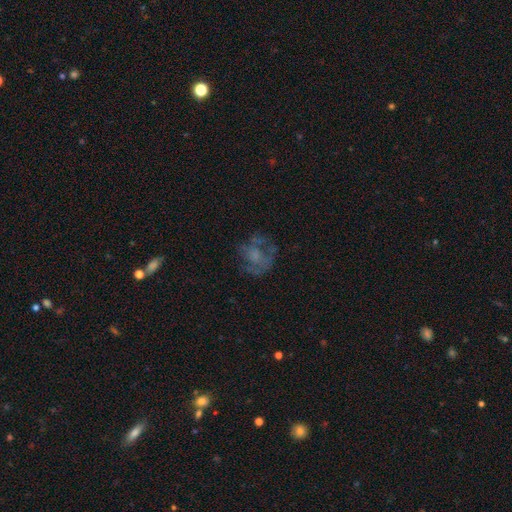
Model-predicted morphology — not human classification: Smooth or featured: featured or disk — 53% (smooth — 32%)
Edge-on disk: no — 97% (yes — 3%)
Bar: no — 84% (weak — 13%)
Spiral arms: no — 63% (yes — 37%)
Bulge size: none — 40% (small — 26%)
Merging: none — 55% (major disturbance — 24%)